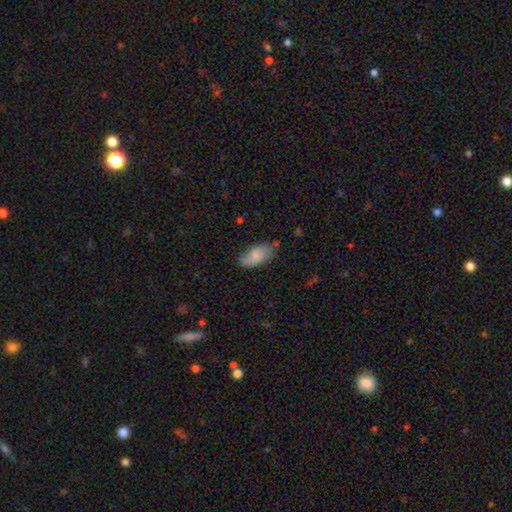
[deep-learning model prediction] Smooth or featured? smooth (73%)
How rounded? in between (93%)
Merging? none (70%)